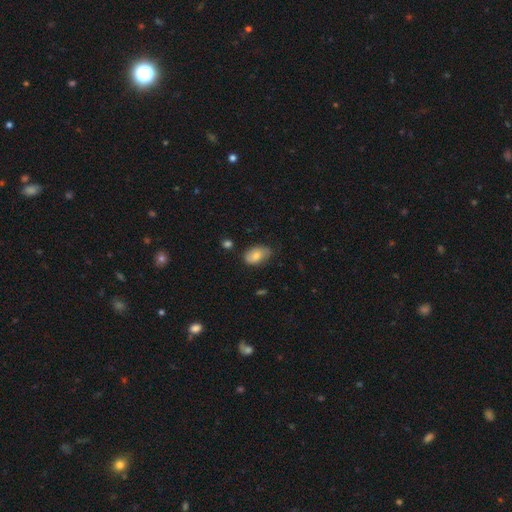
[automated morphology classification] Smooth or featured: smooth — 78% (featured or disk — 15%)
How rounded: in between — 91% (round — 7%)
Merging: none — 68% (minor disturbance — 26%)